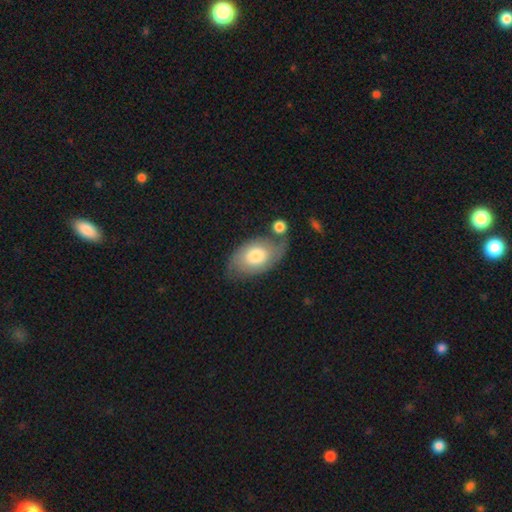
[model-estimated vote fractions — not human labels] Smooth or featured?
  - smooth: 62% *
  - featured or disk: 33%
  - star or artifact: 6%
How rounded?
  - in between: 89% *
  - round: 9%
  - cigar-shaped: 2%
Merging?
  - none: 51% *
  - minor disturbance: 23%
  - merger: 15%
  - major disturbance: 11%